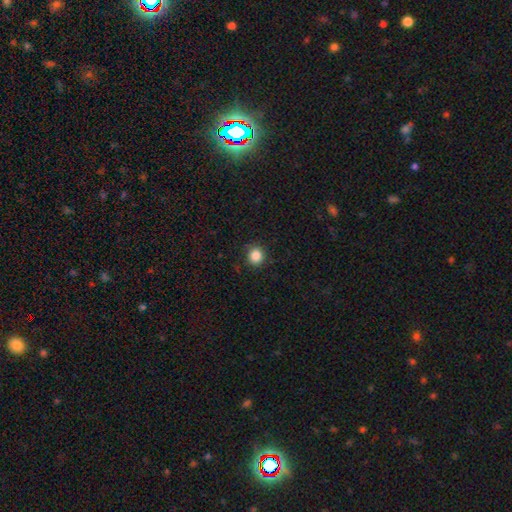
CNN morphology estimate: smooth 86%, star or artifact 11%, featured or disk 4%. Down the decision tree: how rounded — round (90%); merging — none (89%).